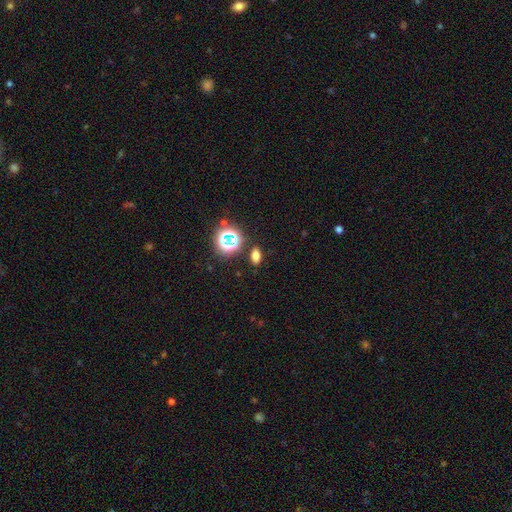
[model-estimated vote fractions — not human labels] smooth 69%, star or artifact 24%, featured or disk 7%. Down the decision tree: how rounded — in between (78%); merging — none (84%).